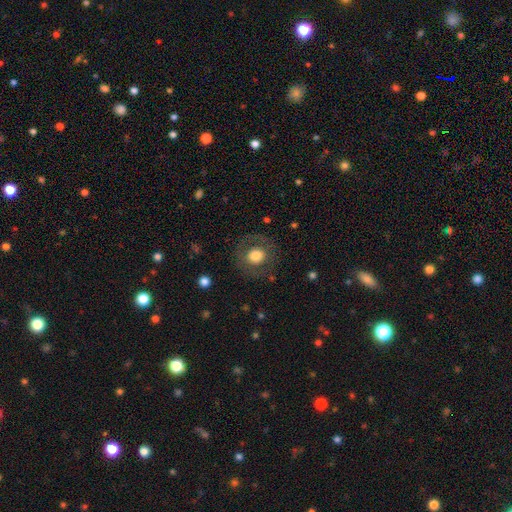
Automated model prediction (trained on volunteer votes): This is likely a smooth galaxy (67%). How rounded: clearly round (89%). Merging: clearly none (82%).